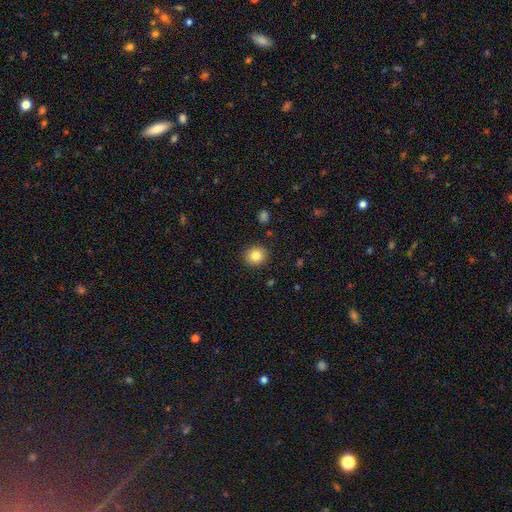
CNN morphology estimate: This is clearly a smooth galaxy (84%). How rounded: clearly round (87%). Merging: clearly none (91%).